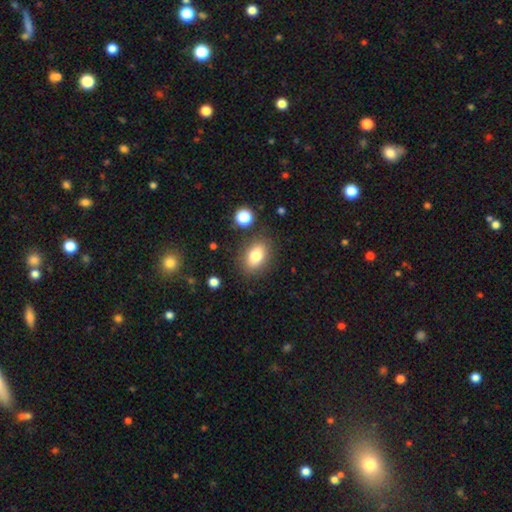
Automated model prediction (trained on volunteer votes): smooth_or_featured: smooth (p=0.79) [alt: featured or disk p=0.11]
how_rounded: in between (p=0.80) [alt: round p=0.19]
merging: none (p=0.82) [alt: minor disturbance p=0.11]